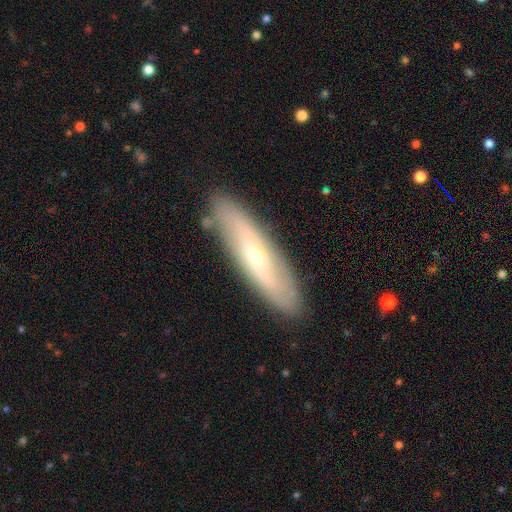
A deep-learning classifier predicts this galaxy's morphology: The model was most divided on "edge-on disk": no: 60%, yes: 40%. More confident: merging — none (86%); smooth or featured — featured or disk (59%).